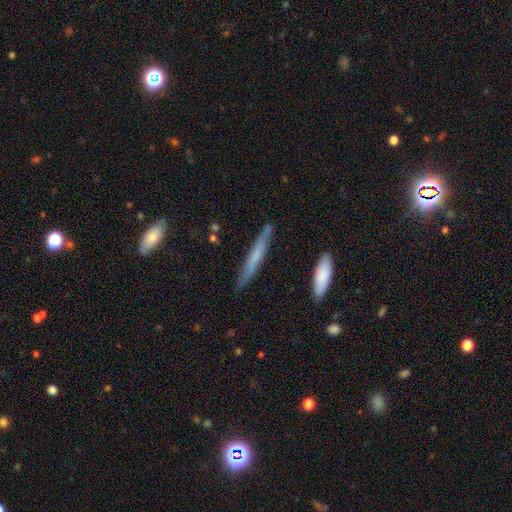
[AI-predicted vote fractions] smooth 49%, featured or disk 44%, star or artifact 7%. Down the decision tree: merging — none (85%).